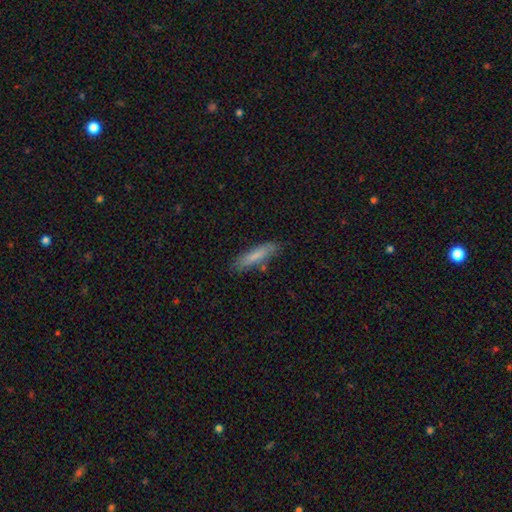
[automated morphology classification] Overall: smooth (77%). How rounded: cigar-shaped (80%). Merging: none (80%).